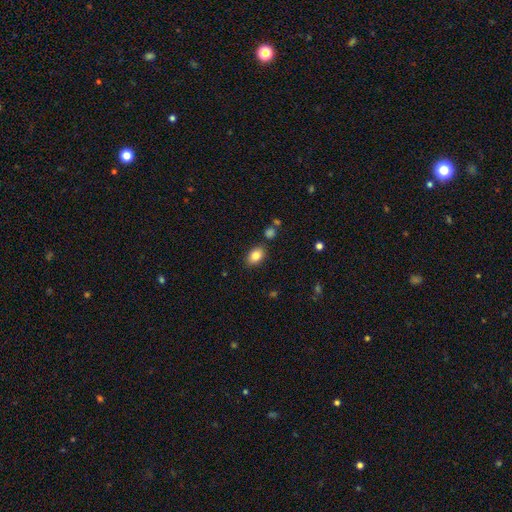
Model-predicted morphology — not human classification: A smooth galaxy with no disk features (84%) that is in between round and cigar-shaped (85%). Merging: none (83%).